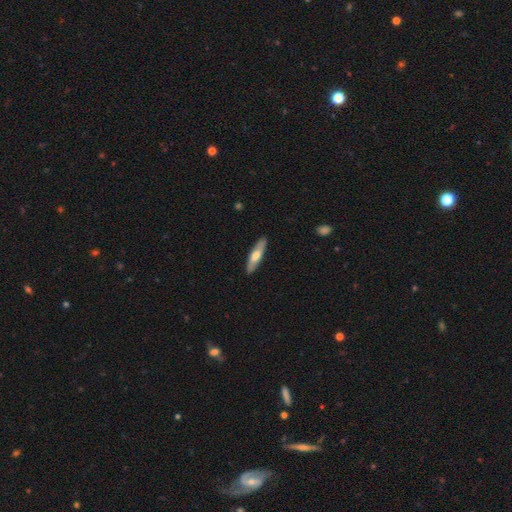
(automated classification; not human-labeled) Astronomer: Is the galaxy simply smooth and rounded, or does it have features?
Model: smooth — 57% (runner-up: featured or disk, 38%).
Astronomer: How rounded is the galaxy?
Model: cigar-shaped — 74%.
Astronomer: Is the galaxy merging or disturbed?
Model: none — 89%.